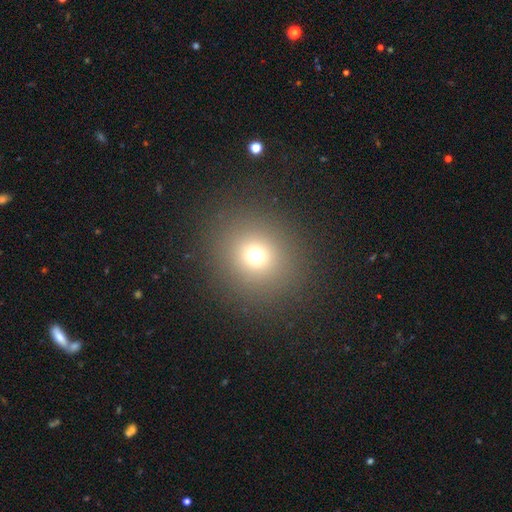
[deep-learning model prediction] smooth_or_featured: smooth (p=0.68) [alt: star or artifact p=0.22]
how_rounded: round (p=0.86) [alt: in between p=0.13]
merging: none (p=0.88) [alt: minor disturbance p=0.06]